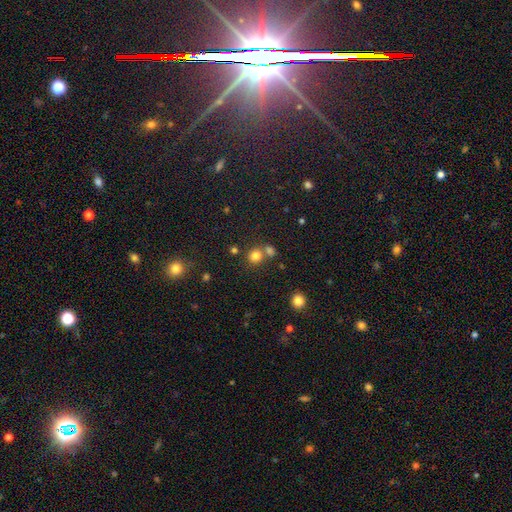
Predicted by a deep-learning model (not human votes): smooth_or_featured: smooth (p=0.79) [alt: star or artifact p=0.15]
how_rounded: round (p=0.85) [alt: in between p=0.14]
merging: none (p=0.62) [alt: merger p=0.27]